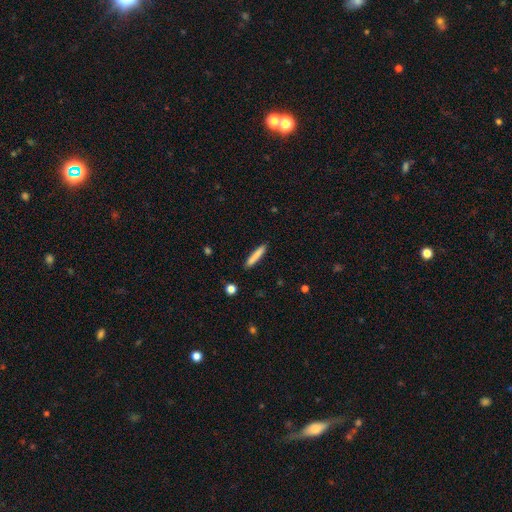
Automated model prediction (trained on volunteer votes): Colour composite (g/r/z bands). It shows a smooth galaxy with no disk features (82%) that is cigar-shaped (93%). Merging: none (90%).